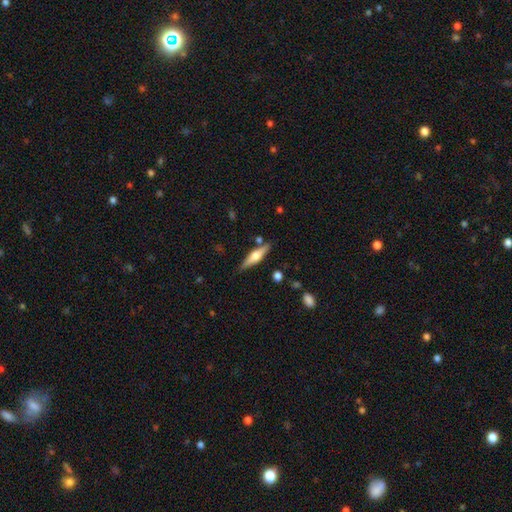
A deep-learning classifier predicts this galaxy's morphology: smooth-or-featured: featured or disk: 59% | smooth: 34% | star or artifact: 6%
  disk-edge-on: yes: 96% | no: 4%
    edge-on-bulge: rounded: 90% | boxy: 7% | none: 3%
  merging: none: 82% | minor disturbance: 11% | merger: 4% | major disturbance: 2%